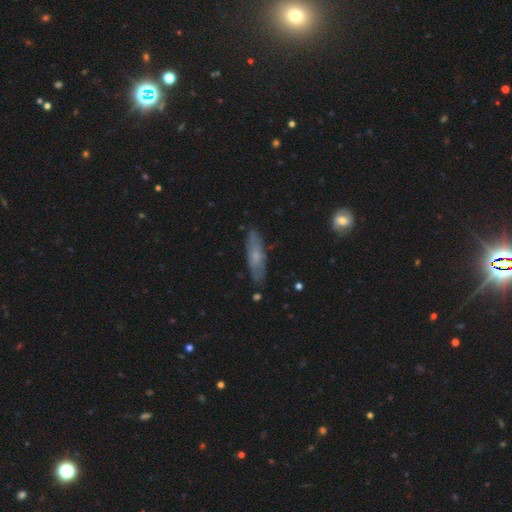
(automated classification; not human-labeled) Morphology: type=smooth (55%); roundness=cigar-shaped (66%); merging=none (82%).